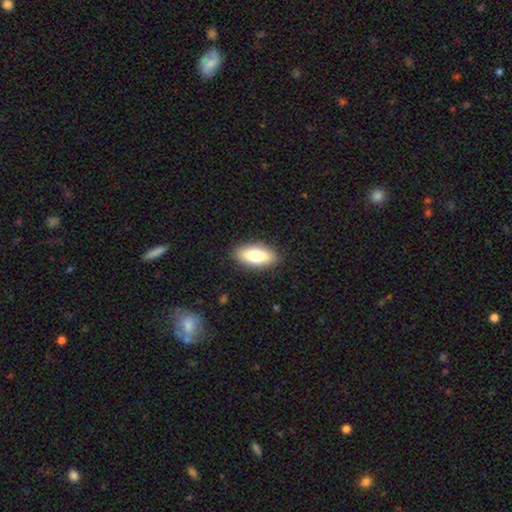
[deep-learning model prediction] smooth 76%, featured or disk 18%, star or artifact 6%. Down the decision tree: how rounded — in between (83%); merging — none (89%).